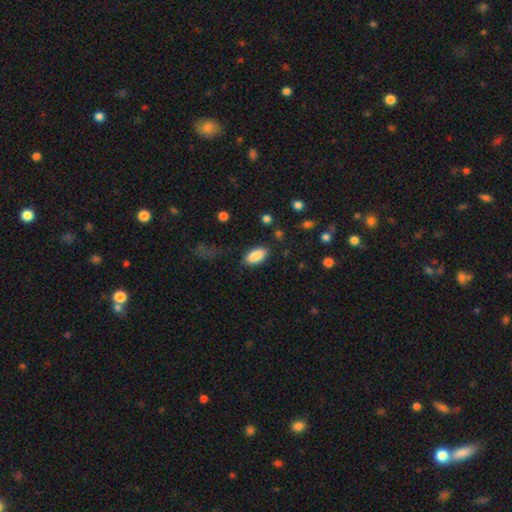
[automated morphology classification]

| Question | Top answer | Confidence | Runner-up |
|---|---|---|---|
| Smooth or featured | smooth | 88% | star or artifact (7%) |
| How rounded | in between | 91% | cigar-shaped (6%) |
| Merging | none | 85% | minor disturbance (11%) |